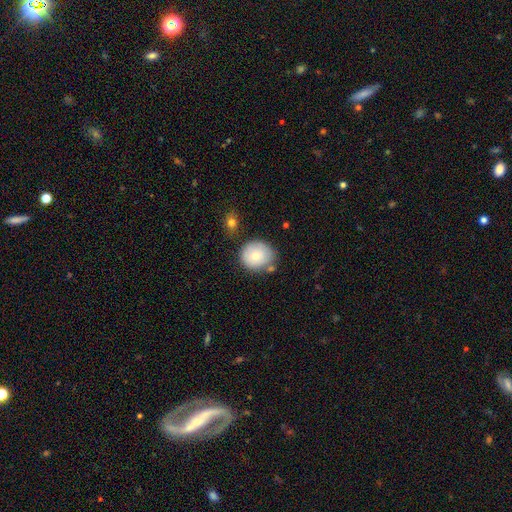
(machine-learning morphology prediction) The model was most divided on "merging": none: 69%, minor disturbance: 18%, merger: 9%, major disturbance: 4%. More confident: how rounded — round (81%); smooth or featured — smooth (77%).